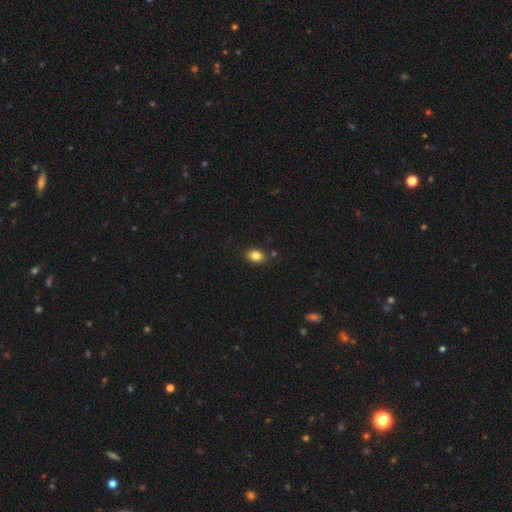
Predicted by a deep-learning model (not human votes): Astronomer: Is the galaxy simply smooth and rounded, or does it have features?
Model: smooth — 84%.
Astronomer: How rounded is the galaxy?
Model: in between — 71%.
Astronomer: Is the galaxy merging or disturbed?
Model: none — 84%.